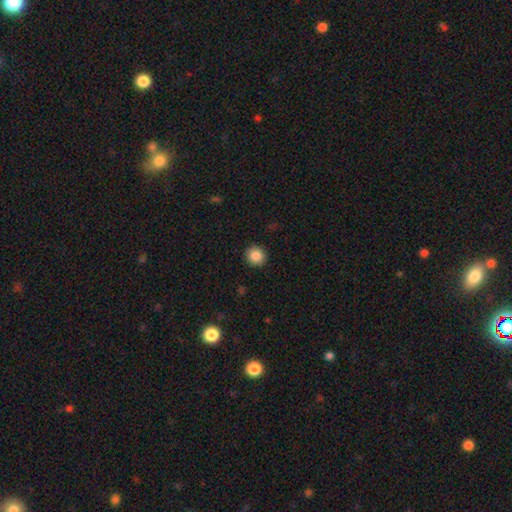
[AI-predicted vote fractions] Smooth or featured: smooth — 86% (star or artifact — 9%)
How rounded: round — 92% (in between — 7%)
Merging: none — 92% (minor disturbance — 5%)